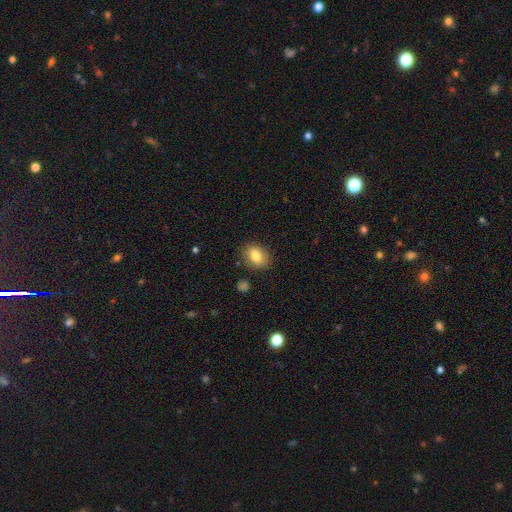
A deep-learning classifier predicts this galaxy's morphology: smooth 81%, featured or disk 10%, star or artifact 9%. Down the decision tree: how rounded — in between (65%); merging — none (85%).